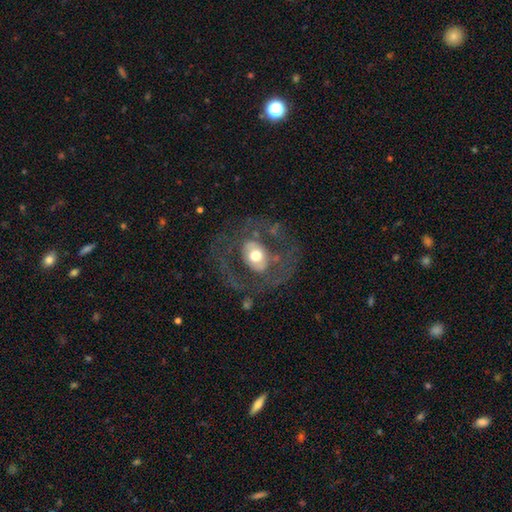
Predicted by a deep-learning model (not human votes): The model was most divided on "spiral arms": yes: 51%, no: 49%. More confident: edge-on disk — no (95%); bar — no (65%); smooth or featured — featured or disk (64%); bulge size — moderate (60%); merging — none (59%).